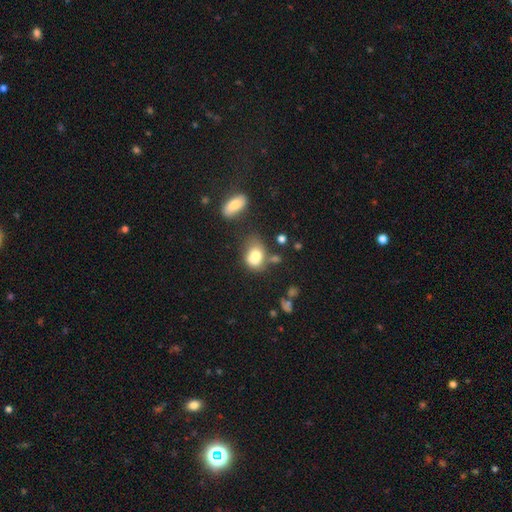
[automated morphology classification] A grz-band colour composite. It shows a smooth galaxy with no disk features (74%) that is in between round and cigar-shaped (65%). Merging: none (35%).